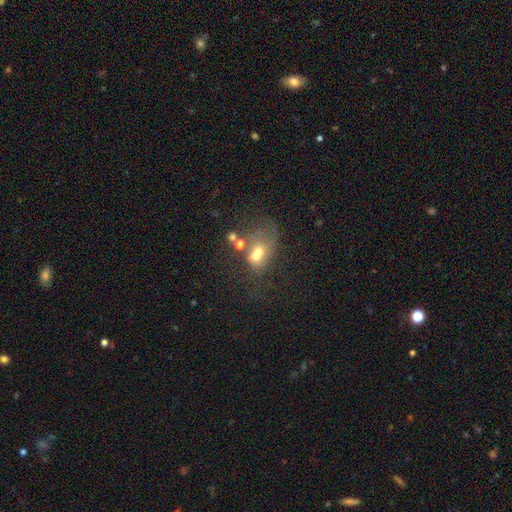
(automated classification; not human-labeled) Smooth or featured? Predicted: smooth (p=0.49). Merging? Predicted: merger (p=0.49).